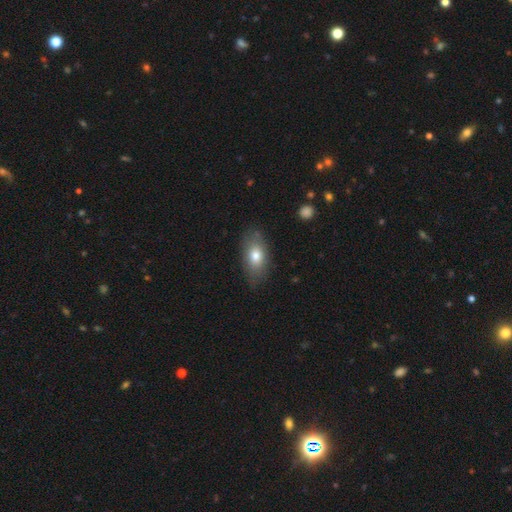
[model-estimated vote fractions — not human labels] Morphology: type=smooth (75%); roundness=in between (87%); merging=none (77%).